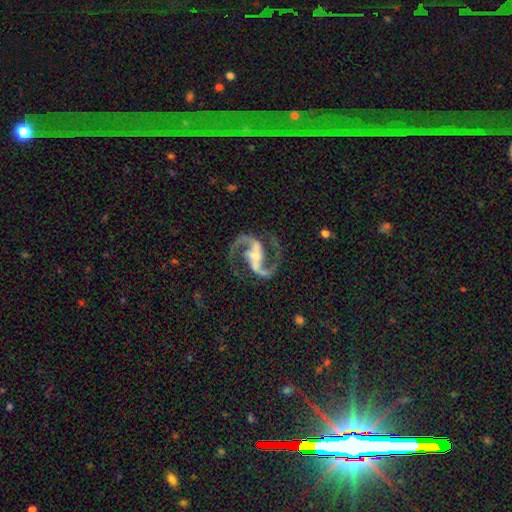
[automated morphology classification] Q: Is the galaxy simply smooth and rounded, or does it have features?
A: featured or disk — 94%.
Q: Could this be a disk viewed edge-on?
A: no — 98%.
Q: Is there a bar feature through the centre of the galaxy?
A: strong — 62%.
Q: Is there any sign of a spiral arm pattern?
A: yes — 99%.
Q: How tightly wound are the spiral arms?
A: medium — 63%.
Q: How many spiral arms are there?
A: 2 — 95%.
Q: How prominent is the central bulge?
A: small — 54%.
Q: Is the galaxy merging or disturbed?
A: none — 82%.